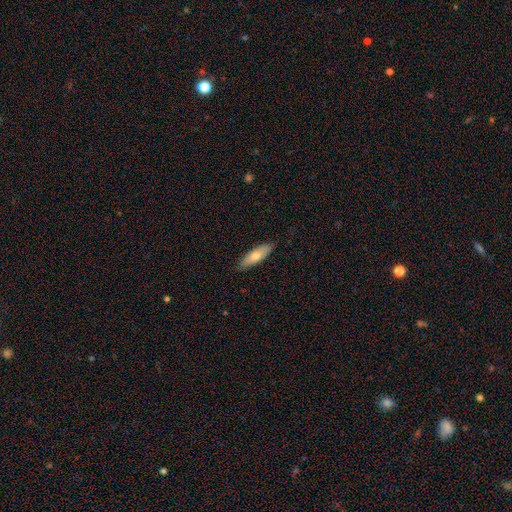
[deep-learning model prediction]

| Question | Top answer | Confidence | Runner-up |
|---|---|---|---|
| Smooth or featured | smooth | 69% | featured or disk (25%) |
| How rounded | cigar-shaped | 50% | in between (48%) |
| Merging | none | 86% | minor disturbance (11%) |